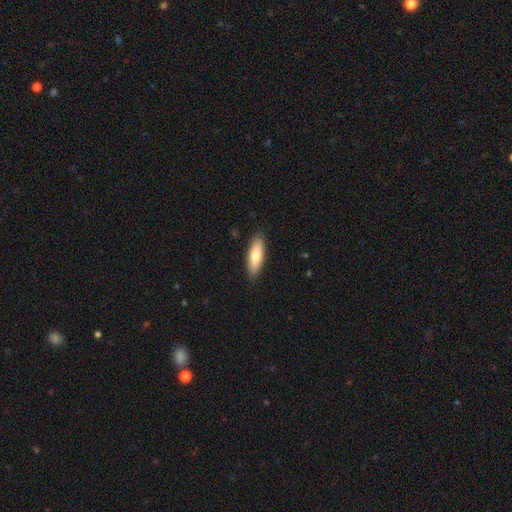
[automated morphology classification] Smooth or featured? smooth (74%)
How rounded? in between (56%)
Merging? none (88%)